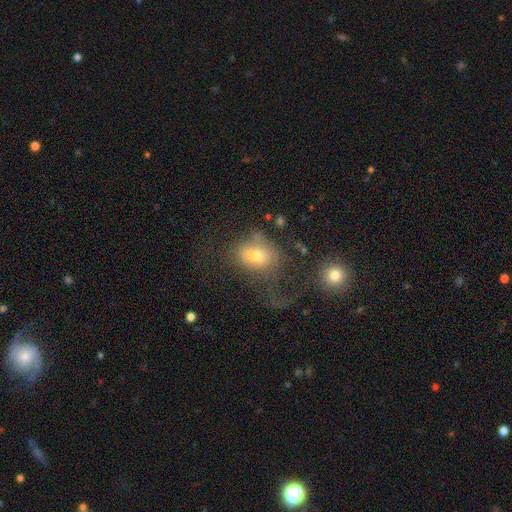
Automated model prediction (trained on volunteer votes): smooth-or-featured: smooth: 63% | featured or disk: 25% | star or artifact: 12%
  how-rounded: in between: 58% | round: 40% | cigar-shaped: 2%
  merging: major disturbance: 46% | none: 29% | minor disturbance: 19% | merger: 6%